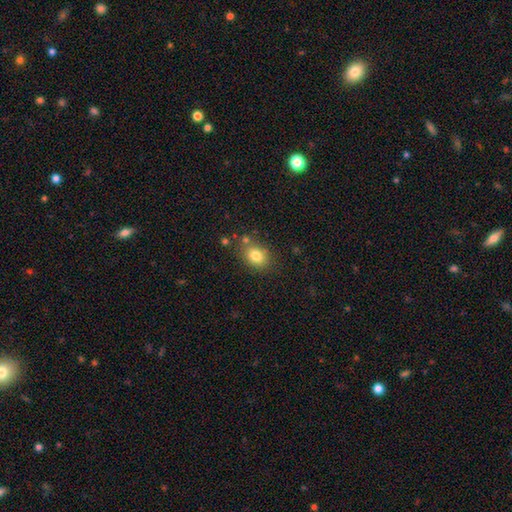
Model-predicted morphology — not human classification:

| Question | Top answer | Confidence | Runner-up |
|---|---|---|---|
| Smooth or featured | smooth | 81% | star or artifact (11%) |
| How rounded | in between | 62% | round (37%) |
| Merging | none | 74% | minor disturbance (14%) |